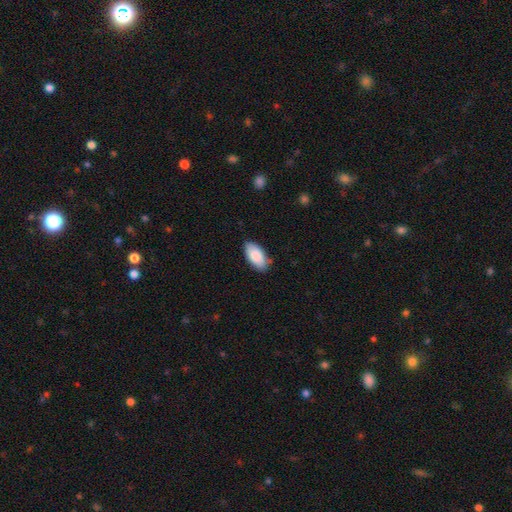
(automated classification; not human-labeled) smooth_or_featured: smooth (p=0.86) [alt: featured or disk p=0.08]
how_rounded: in between (p=0.94) [alt: cigar-shaped p=0.03]
merging: none (p=0.81) [alt: minor disturbance p=0.15]